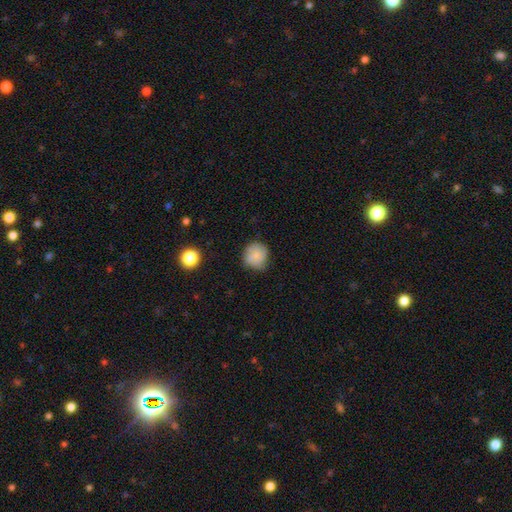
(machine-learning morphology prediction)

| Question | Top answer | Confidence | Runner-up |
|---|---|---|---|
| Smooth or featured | smooth | 75% | featured or disk (16%) |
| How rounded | round | 88% | in between (11%) |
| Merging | none | 74% | minor disturbance (20%) |